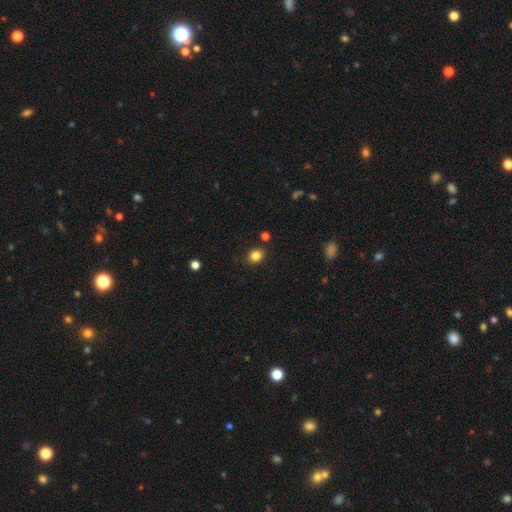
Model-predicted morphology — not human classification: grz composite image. It shows a smooth galaxy with no disk features (84%) that is round (62%). Merging: none (86%).